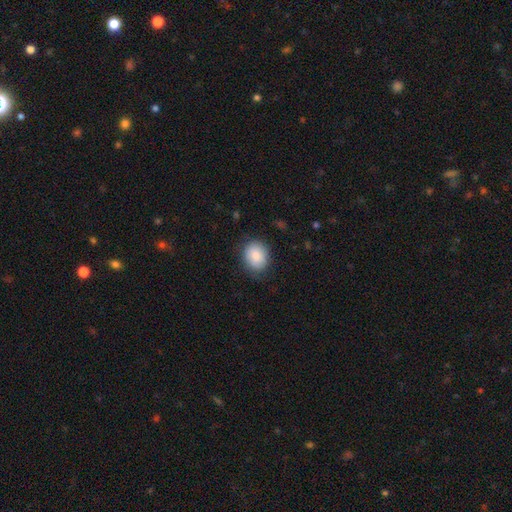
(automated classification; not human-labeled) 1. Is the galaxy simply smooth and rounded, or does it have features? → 86% smooth, 7% star or artifact, 7% featured or disk.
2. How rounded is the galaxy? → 55% round, 45% in between, 1% cigar-shaped.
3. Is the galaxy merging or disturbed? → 80% none, 15% minor disturbance, 4% major disturbance, 1% merger.